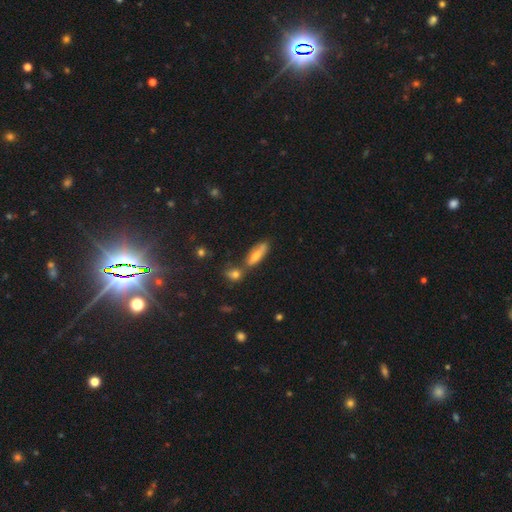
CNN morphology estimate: Smooth or featured: smooth — 62% (featured or disk — 24%)
How rounded: cigar-shaped — 49% (in between — 47%)
Merging: none — 61% (merger — 19%)